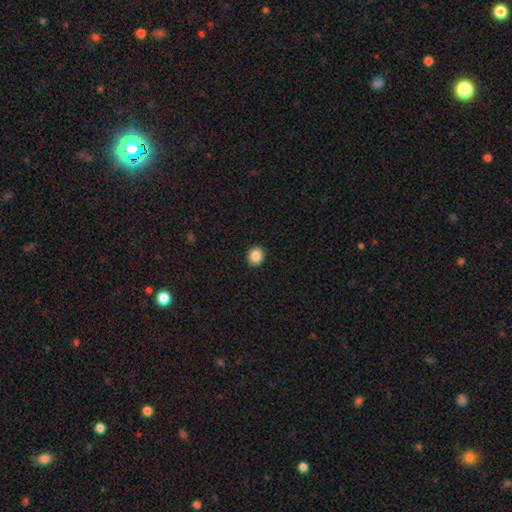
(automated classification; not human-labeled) Q: Smooth or featured?
A: smooth (86%); runner-up: star or artifact (9%)
Q: How rounded?
A: round (69%); runner-up: in between (30%)
Q: Merging?
A: none (92%); runner-up: minor disturbance (5%)